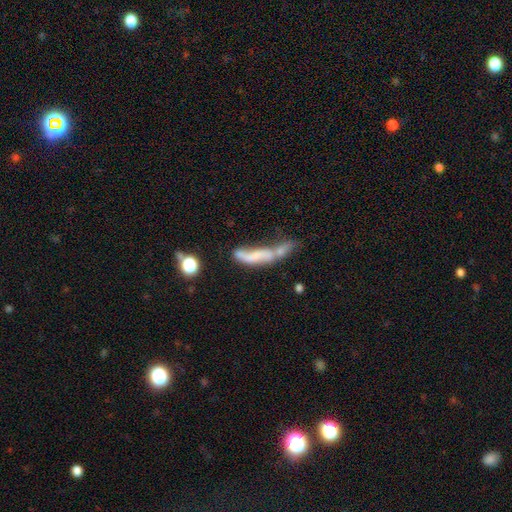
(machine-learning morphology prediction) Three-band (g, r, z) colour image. It shows a smooth galaxy with no disk features (46%). Merging: merger (52%).